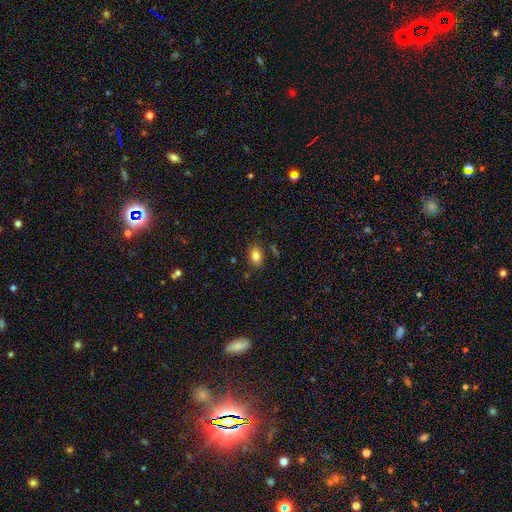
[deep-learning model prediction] smooth-or-featured: smooth: 85% | star or artifact: 9% | featured or disk: 6%
  how-rounded: in between: 85% | round: 14% | cigar-shaped: 1%
  merging: none: 82% | minor disturbance: 11% | merger: 3% | major disturbance: 3%